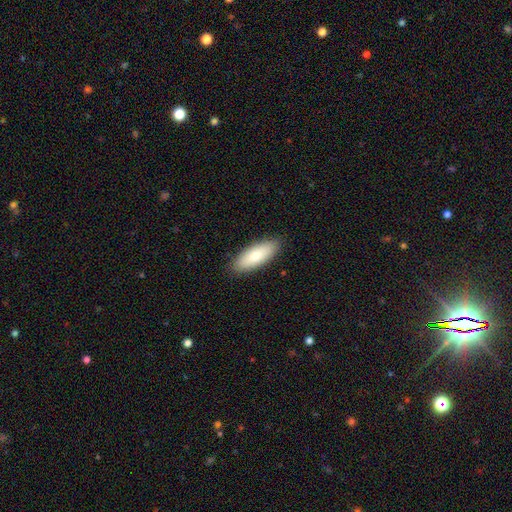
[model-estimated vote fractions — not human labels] Smooth or featured? smooth (79%)
How rounded? in between (72%)
Merging? none (88%)